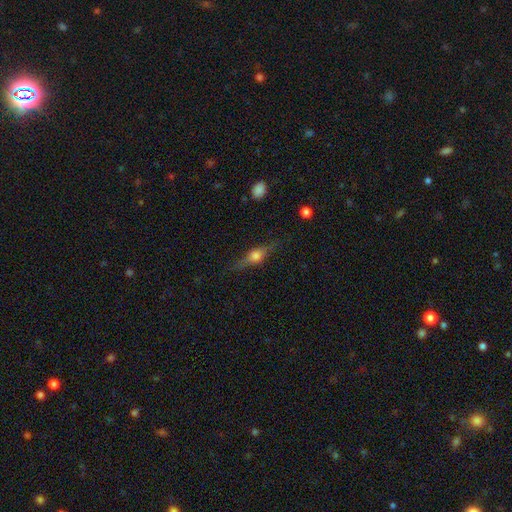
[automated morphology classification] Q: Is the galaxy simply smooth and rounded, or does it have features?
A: featured or disk — 53%.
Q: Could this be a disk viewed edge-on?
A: yes — 92%.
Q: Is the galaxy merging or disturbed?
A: none — 78%.